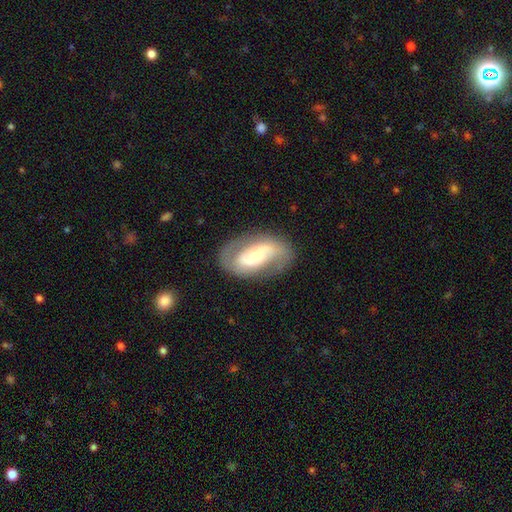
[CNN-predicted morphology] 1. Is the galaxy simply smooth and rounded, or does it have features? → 76% featured or disk, 19% smooth, 6% star or artifact.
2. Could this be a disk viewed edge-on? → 95% no, 5% yes.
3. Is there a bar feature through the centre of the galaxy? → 43% no, 32% weak, 25% strong.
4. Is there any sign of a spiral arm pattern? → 83% yes, 17% no.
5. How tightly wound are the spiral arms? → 43% medium, 33% loose, 24% tight.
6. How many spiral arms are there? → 85% 2, 8% can't tell, 4% 1, 1% 3, 1% 4, 1% more than 4.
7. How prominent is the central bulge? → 49% moderate, 42% small, 6% large, 1% dominant, 1% none.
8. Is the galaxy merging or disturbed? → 77% none, 14% minor disturbance, 7% major disturbance, 2% merger.